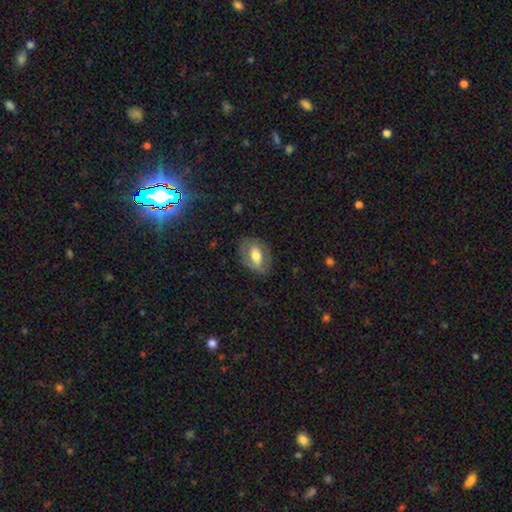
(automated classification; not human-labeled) Overall: smooth (52%; featured or disk 41%). How rounded: in between (84%). Merging: none (75%).